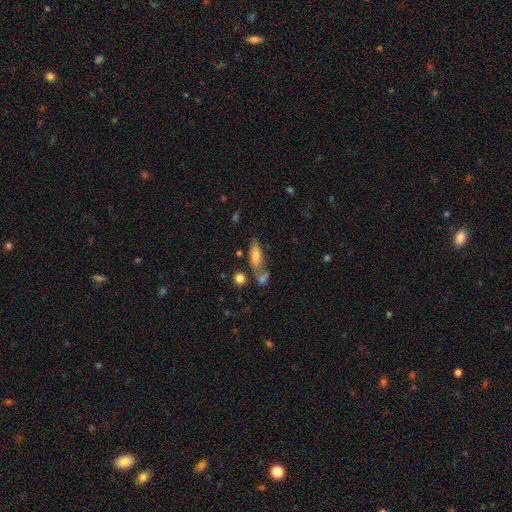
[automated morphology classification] This appears to be a smooth galaxy with no disk features (72%) that is in between round and cigar-shaped (59%). Merging: none (55%).